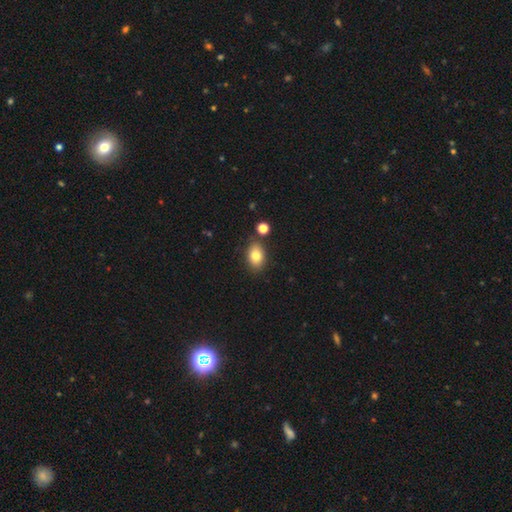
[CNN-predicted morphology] Overall: smooth (82%). How rounded: in between (82%). Merging: none (78%).